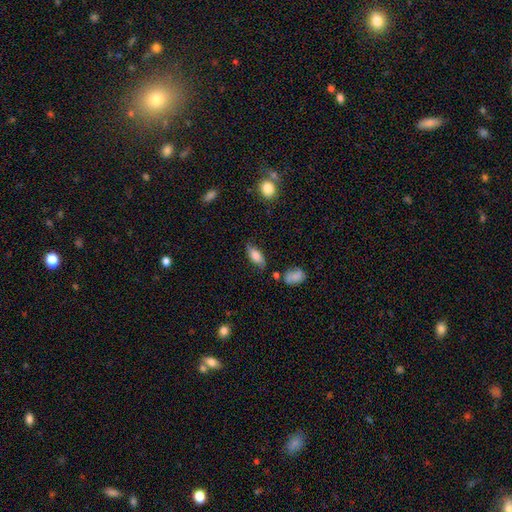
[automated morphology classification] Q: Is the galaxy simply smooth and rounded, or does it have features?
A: smooth — 71%.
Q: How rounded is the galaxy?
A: in between — 85%.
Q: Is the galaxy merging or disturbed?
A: none — 65%.